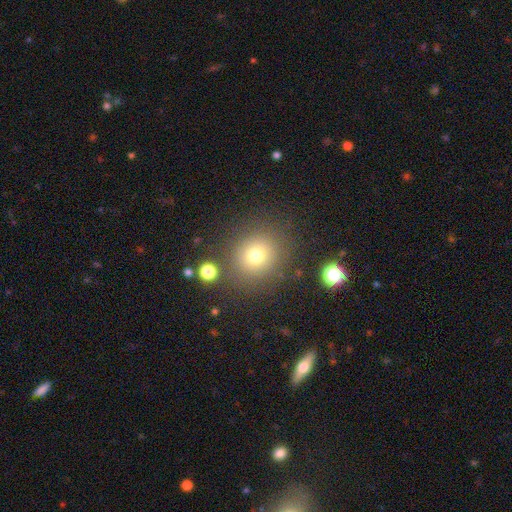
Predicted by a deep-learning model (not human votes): Smooth or featured: smooth — 74% (star or artifact — 15%)
How rounded: round — 86% (in between — 13%)
Merging: none — 83% (minor disturbance — 9%)